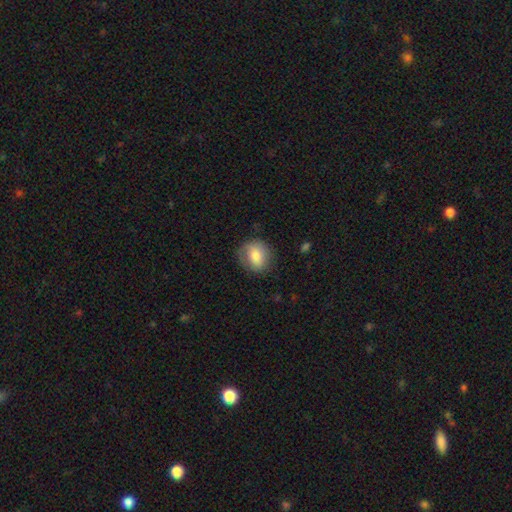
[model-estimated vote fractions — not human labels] smooth-or-featured: smooth: 76% | featured or disk: 16% | star or artifact: 8%
  how-rounded: round: 74% | in between: 25% | cigar-shaped: 1%
  merging: none: 77% | minor disturbance: 17% | major disturbance: 5% | merger: 1%